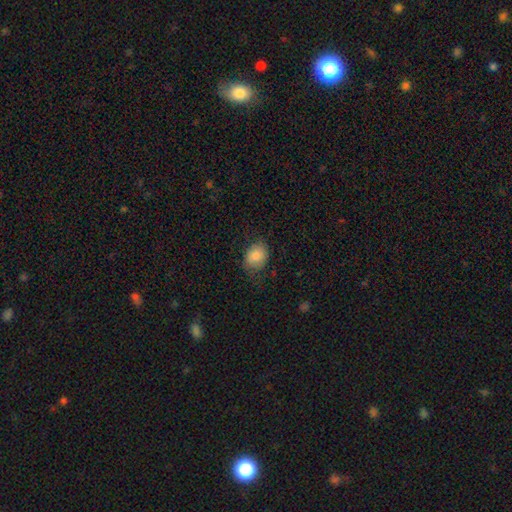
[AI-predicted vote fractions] Morphology: type=smooth (82%); roundness=in between (54%); merging=none (72%).